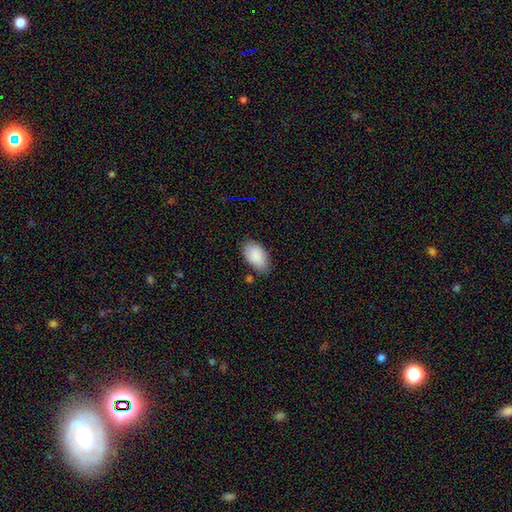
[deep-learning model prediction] The model was most divided on "merging": none: 75%, minor disturbance: 19%, major disturbance: 4%, merger: 3%. More confident: how rounded — in between (95%); smooth or featured — smooth (89%).